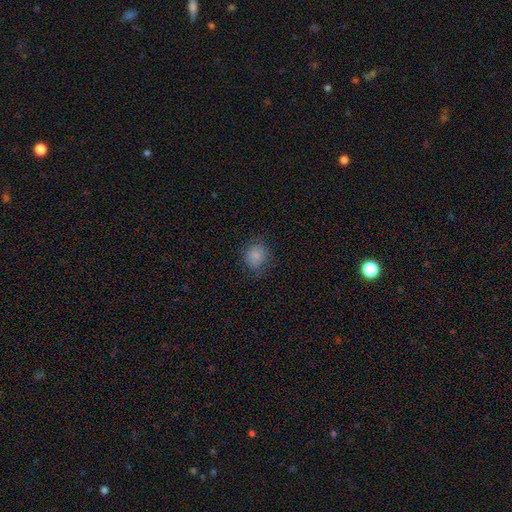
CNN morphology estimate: smooth 84%, star or artifact 10%, featured or disk 6%. Down the decision tree: how rounded — round (77%); merging — none (79%).